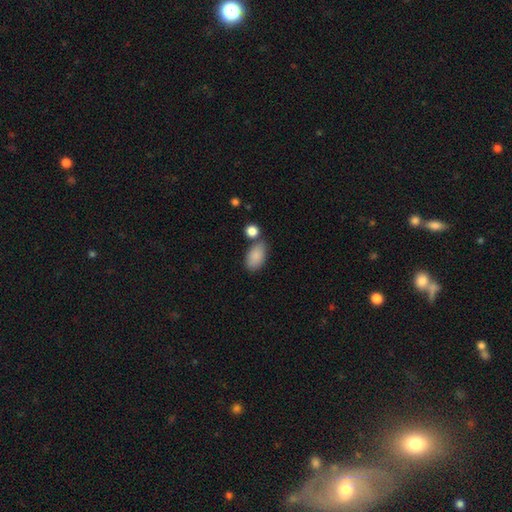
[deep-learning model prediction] Smooth or featured?
  - smooth: 87% *
  - star or artifact: 7%
  - featured or disk: 6%
How rounded?
  - in between: 92% *
  - round: 6%
  - cigar-shaped: 2%
Merging?
  - none: 65% *
  - minor disturbance: 17%
  - merger: 14%
  - major disturbance: 5%